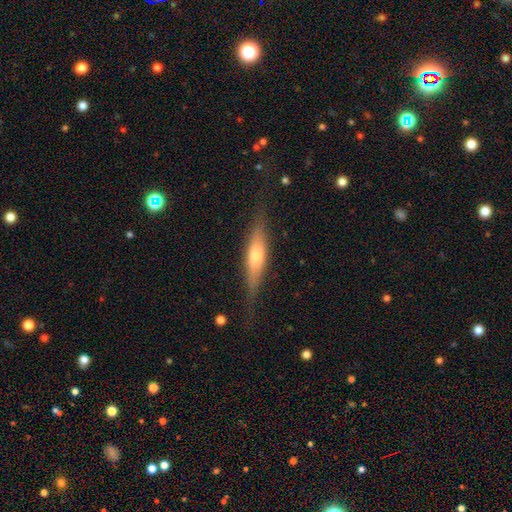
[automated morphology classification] A featured or disk galaxy (48%).

Vote fractions:
- Smooth or featured? featured or disk: 48% / smooth: 45% / star or artifact: 6%
- Merging? none: 77% / minor disturbance: 16% / major disturbance: 5% / merger: 1%